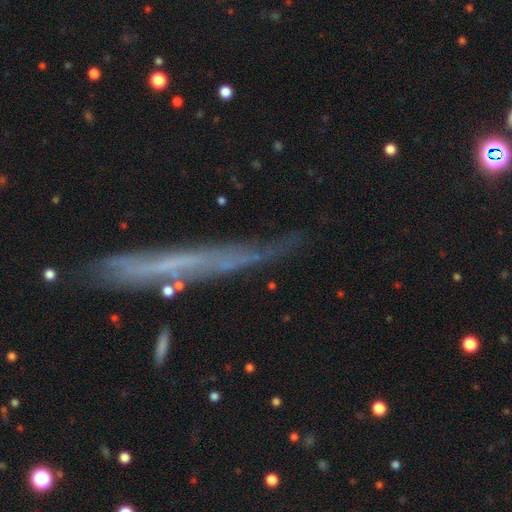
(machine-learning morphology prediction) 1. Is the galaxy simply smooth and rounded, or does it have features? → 53% featured or disk, 32% smooth, 14% star or artifact.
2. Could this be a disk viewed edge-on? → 74% yes, 26% no.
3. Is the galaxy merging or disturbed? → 62% none, 22% minor disturbance, 10% major disturbance, 6% merger.